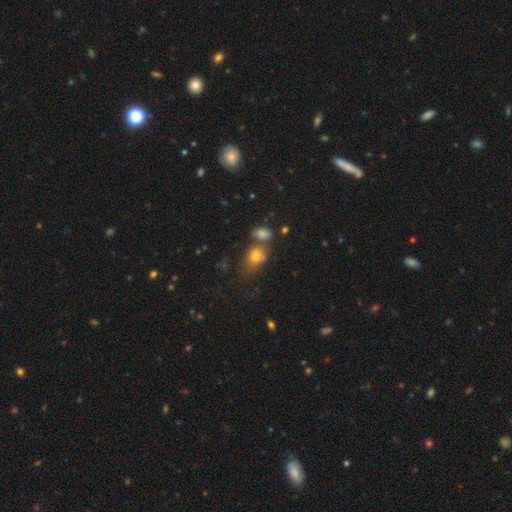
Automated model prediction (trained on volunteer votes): This appears to be a smooth galaxy with no disk features (71%) that is in between round and cigar-shaped (59%). Merging: none (44%).